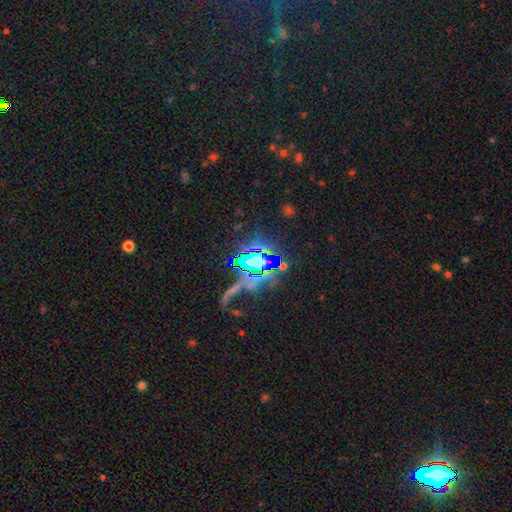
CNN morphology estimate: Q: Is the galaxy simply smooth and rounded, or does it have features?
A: star or artifact — 83%.